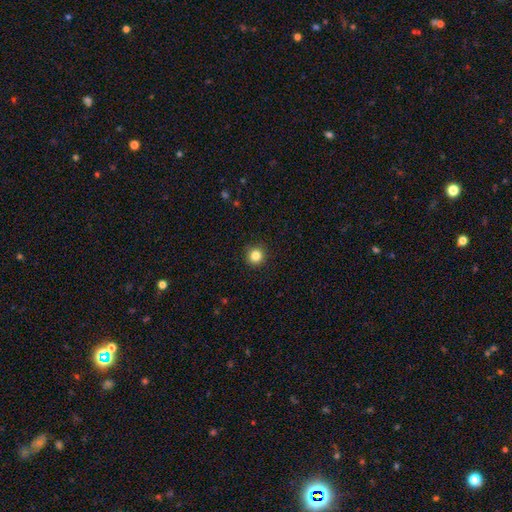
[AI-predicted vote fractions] Morphology: type=smooth (84%); roundness=round (95%); merging=none (92%).